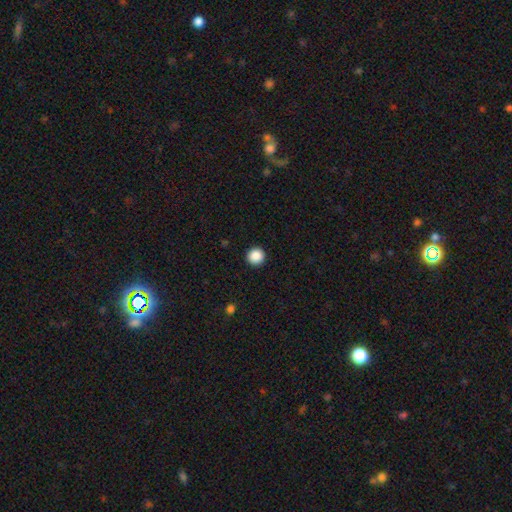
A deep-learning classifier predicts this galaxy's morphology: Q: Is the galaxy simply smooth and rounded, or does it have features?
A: smooth — 88%.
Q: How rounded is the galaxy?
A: round — 96%.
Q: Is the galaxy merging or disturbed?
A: none — 93%.